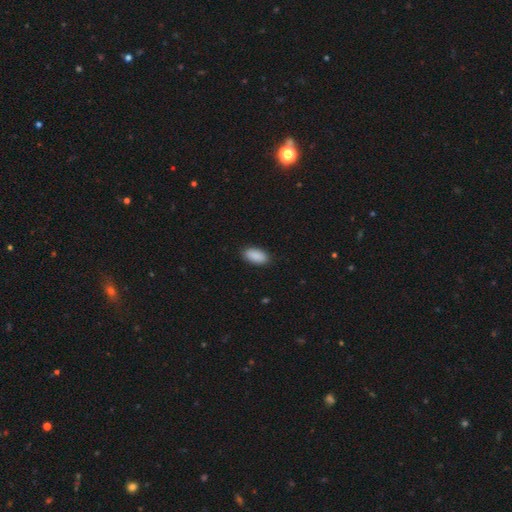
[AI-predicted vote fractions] Q: Smooth or featured?
A: smooth (91%); runner-up: star or artifact (6%)
Q: How rounded?
A: in between (93%); runner-up: cigar-shaped (5%)
Q: Merging?
A: none (89%); runner-up: minor disturbance (8%)